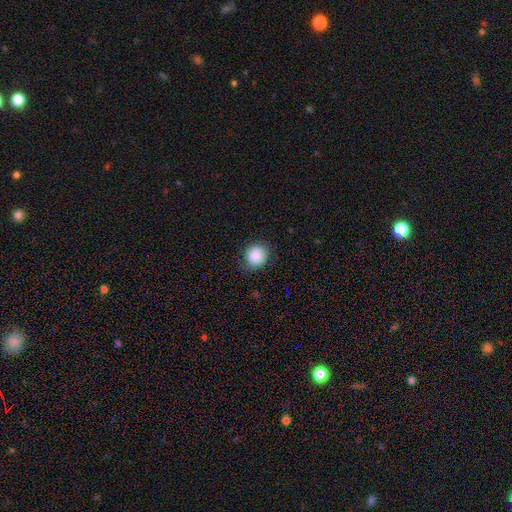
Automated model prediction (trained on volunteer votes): This is clearly a smooth galaxy (85%). How rounded: clearly round (87%). Merging: clearly none (81%).